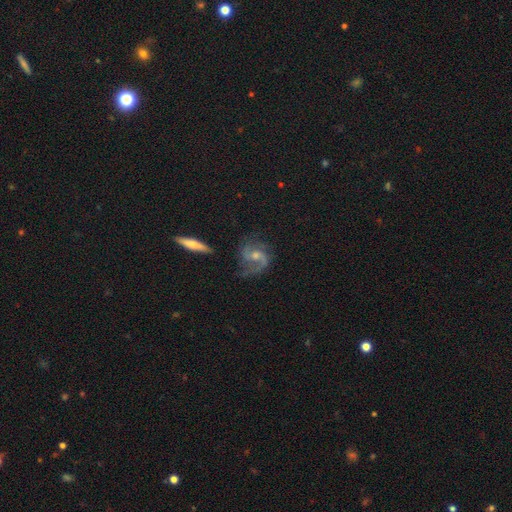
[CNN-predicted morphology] A featured or disk galaxy (85%) with a weak bar (44%), 2 (77%) medium (50%) spiral arms (96%) and a moderate central bulge (52%). Merging: none (68%).